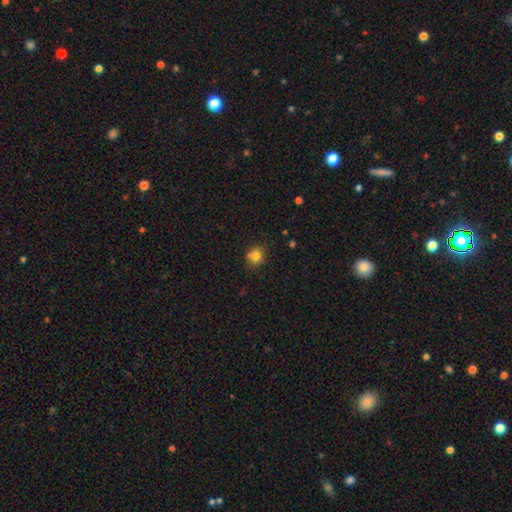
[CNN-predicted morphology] Q: Smooth or featured?
A: smooth (81%); runner-up: star or artifact (12%)
Q: How rounded?
A: round (85%); runner-up: in between (14%)
Q: Merging?
A: none (78%); runner-up: minor disturbance (14%)